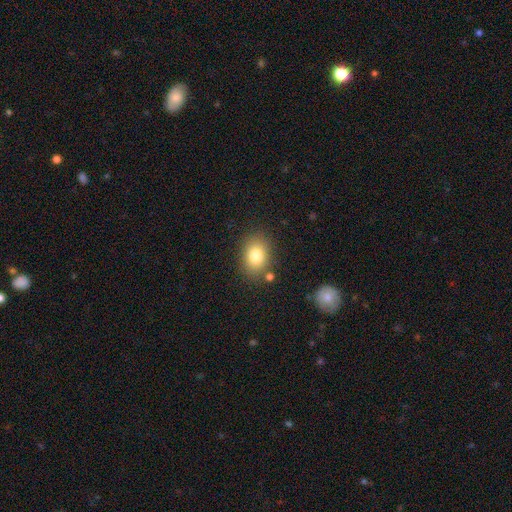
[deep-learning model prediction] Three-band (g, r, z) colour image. It shows a smooth galaxy with no disk features (81%) that is in between round and cigar-shaped (67%). Merging: none (80%).